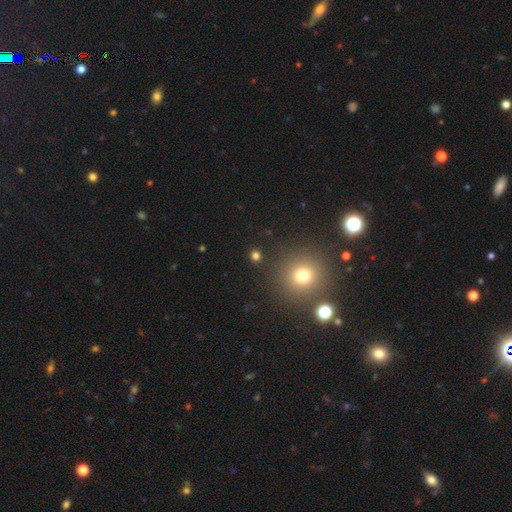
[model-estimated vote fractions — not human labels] Overall: smooth (72%). How rounded: round (86%). Merging: none (87%).